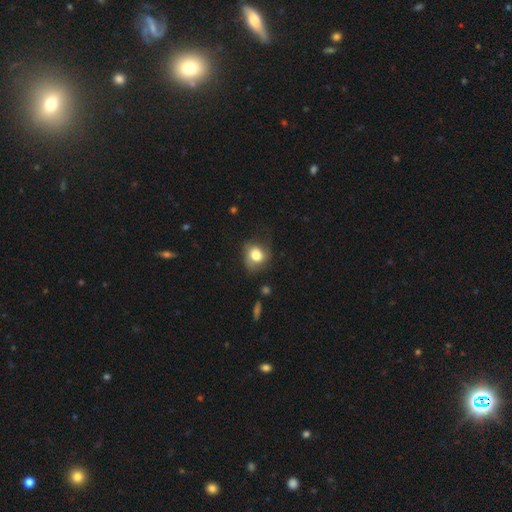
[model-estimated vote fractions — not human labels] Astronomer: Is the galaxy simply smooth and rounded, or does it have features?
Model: smooth — 76%.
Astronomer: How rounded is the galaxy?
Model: round — 65%.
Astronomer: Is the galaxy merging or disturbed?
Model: none — 60%.